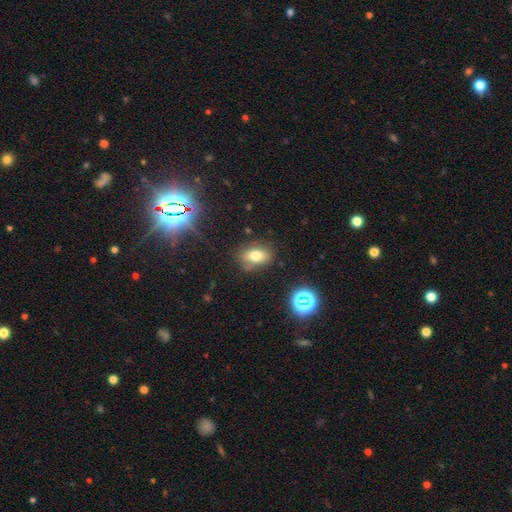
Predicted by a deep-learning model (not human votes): Overall: smooth (73%). How rounded: in between (80%). Merging: none (76%).